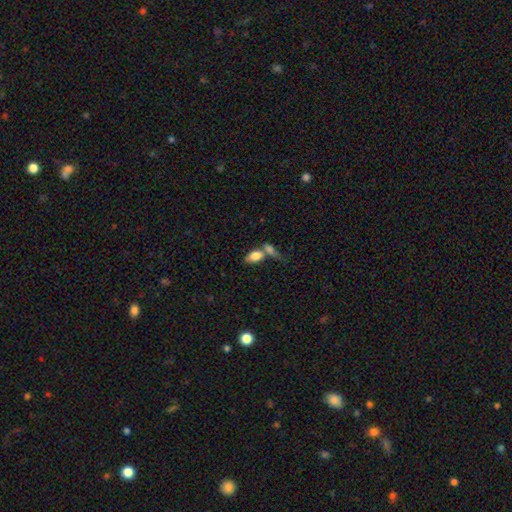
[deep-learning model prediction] Smooth or featured: smooth — 81% (featured or disk — 12%)
How rounded: in between — 90% (round — 6%)
Merging: merger — 56% (none — 27%)